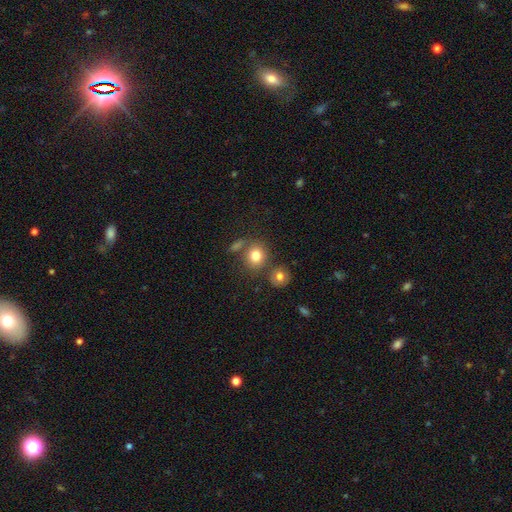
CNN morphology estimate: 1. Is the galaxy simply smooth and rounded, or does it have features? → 80% smooth, 11% star or artifact, 9% featured or disk.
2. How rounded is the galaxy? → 77% round, 22% in between, 1% cigar-shaped.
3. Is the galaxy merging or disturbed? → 66% none, 17% merger, 12% minor disturbance, 5% major disturbance.